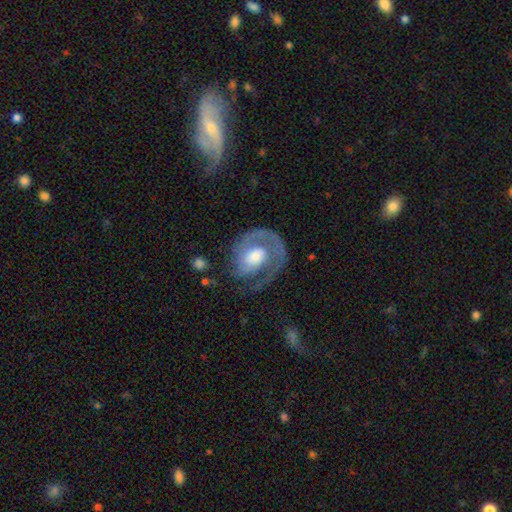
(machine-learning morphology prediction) A featured or disk galaxy (83%) with no bar (65%), 1 (53%) tight (51%) spiral arms (92%) and a moderate central bulge (49%). Merging: none (56%).